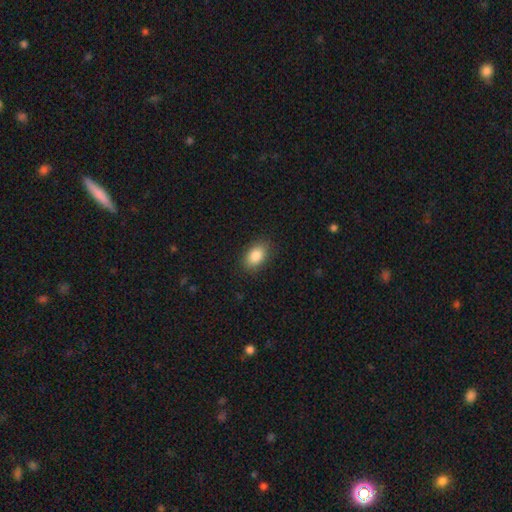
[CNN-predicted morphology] This appears to be a smooth galaxy with no disk features (86%) that is in between round and cigar-shaped (87%). Merging: none (86%).